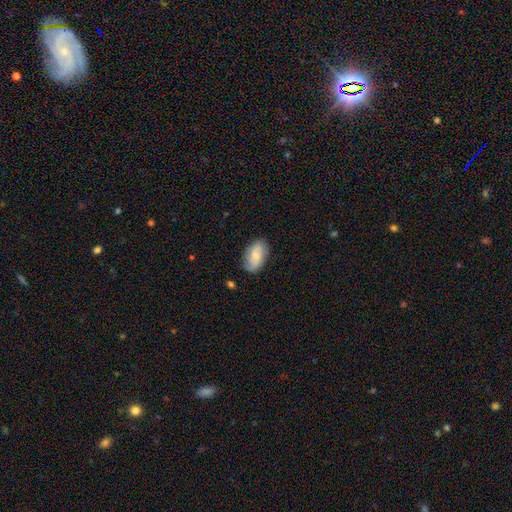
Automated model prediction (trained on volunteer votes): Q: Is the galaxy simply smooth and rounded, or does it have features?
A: smooth — 65%.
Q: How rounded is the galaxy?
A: in between — 92%.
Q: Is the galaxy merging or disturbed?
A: none — 79%.